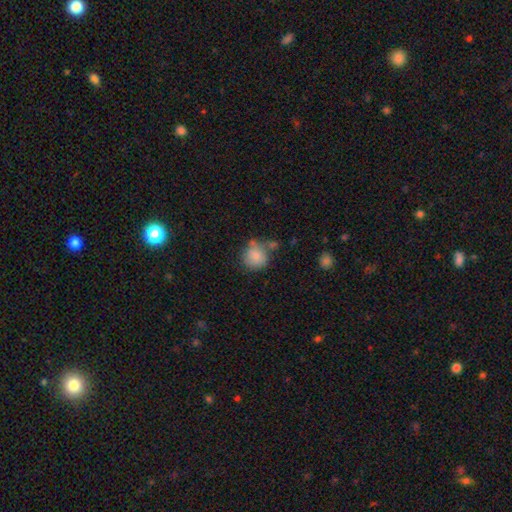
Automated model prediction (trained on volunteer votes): The model was most divided on "merging": none: 57%, minor disturbance: 21%, merger: 14%, major disturbance: 7%. More confident: how rounded — round (84%); smooth or featured — smooth (81%).